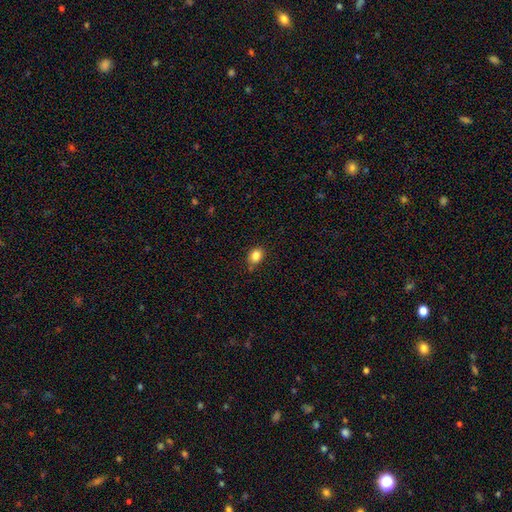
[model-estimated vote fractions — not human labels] Q: Smooth or featured?
A: smooth (85%); runner-up: star or artifact (10%)
Q: How rounded?
A: in between (51%); runner-up: round (48%)
Q: Merging?
A: none (76%); runner-up: minor disturbance (18%)